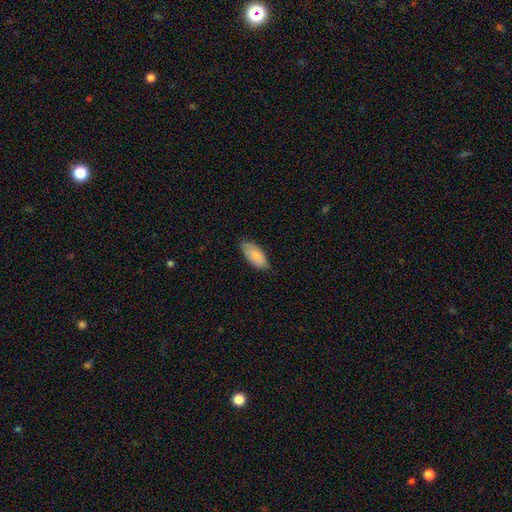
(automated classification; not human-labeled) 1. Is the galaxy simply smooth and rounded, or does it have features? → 84% smooth, 10% featured or disk, 6% star or artifact.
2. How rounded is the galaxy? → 92% in between, 6% cigar-shaped, 2% round.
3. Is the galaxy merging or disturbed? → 73% none, 23% minor disturbance, 3% major disturbance, 1% merger.